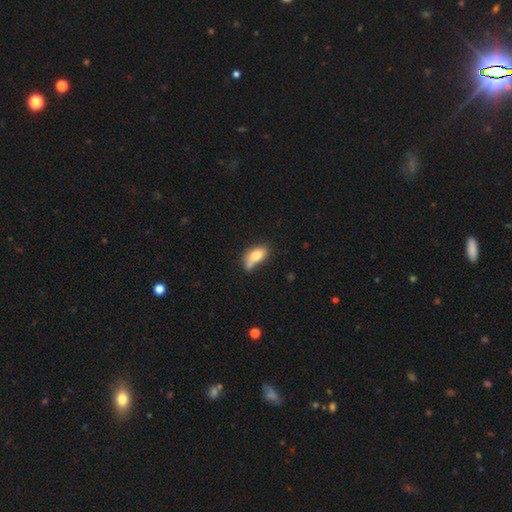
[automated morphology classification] Smooth or featured? smooth (77%)
How rounded? in between (88%)
Merging? none (39%)